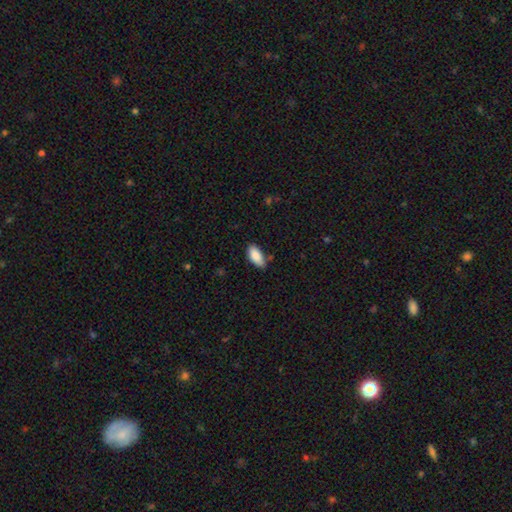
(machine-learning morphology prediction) Smooth or featured?
  - smooth: 88% *
  - star or artifact: 7%
  - featured or disk: 5%
How rounded?
  - in between: 91% *
  - cigar-shaped: 7%
  - round: 2%
Merging?
  - none: 73% *
  - minor disturbance: 21%
  - major disturbance: 3%
  - merger: 3%